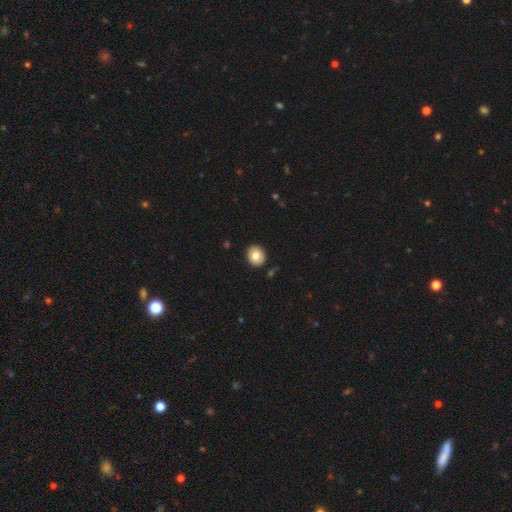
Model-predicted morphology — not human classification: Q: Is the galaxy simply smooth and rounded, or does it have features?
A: smooth — 78%.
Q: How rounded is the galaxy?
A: round — 76%.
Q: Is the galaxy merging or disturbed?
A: none — 90%.